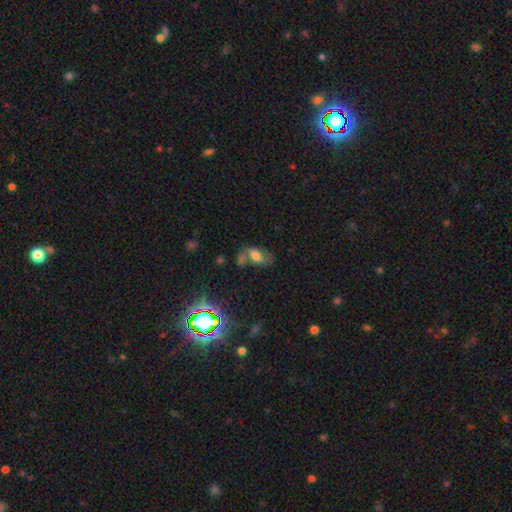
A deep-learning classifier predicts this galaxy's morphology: Smooth or featured?
  - smooth: 51% *
  - featured or disk: 32%
  - star or artifact: 18%
How rounded?
  - in between: 88% *
  - round: 8%
  - cigar-shaped: 5%
Merging?
  - none: 43% *
  - merger: 22%
  - minor disturbance: 21%
  - major disturbance: 15%